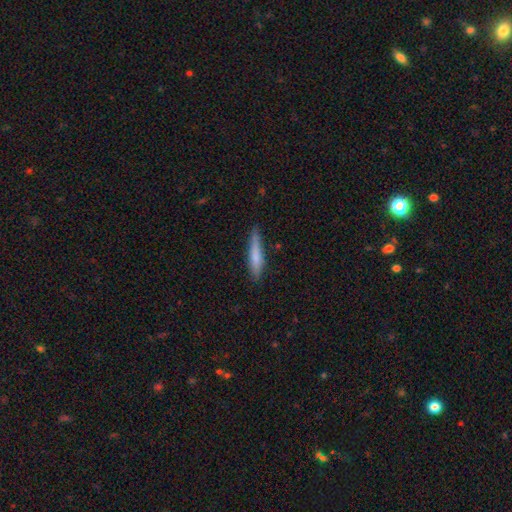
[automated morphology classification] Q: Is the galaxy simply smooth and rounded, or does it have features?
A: smooth — 73%.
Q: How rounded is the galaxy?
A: cigar-shaped — 89%.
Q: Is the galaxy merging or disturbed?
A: none — 80%.